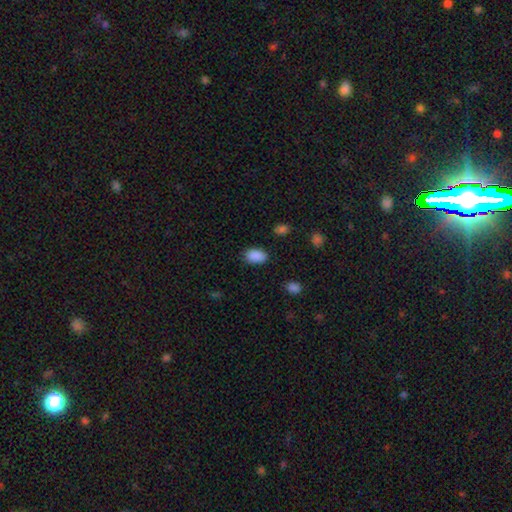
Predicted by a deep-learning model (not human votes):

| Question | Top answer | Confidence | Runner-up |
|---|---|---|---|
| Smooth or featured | smooth | 89% | star or artifact (8%) |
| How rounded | in between | 90% | round (8%) |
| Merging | none | 84% | minor disturbance (12%) |